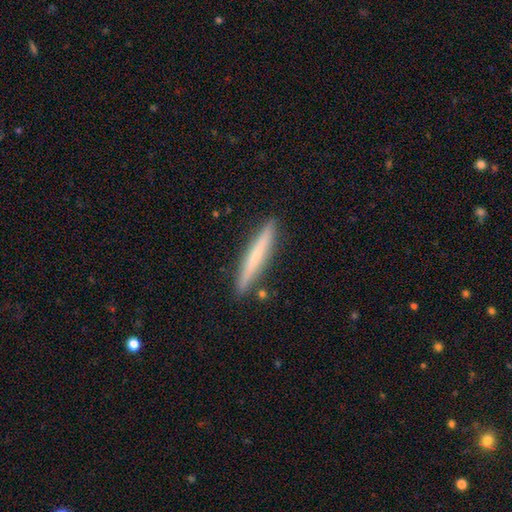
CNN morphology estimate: Smooth or featured? smooth (53%)
How rounded? cigar-shaped (95%)
Merging? none (89%)